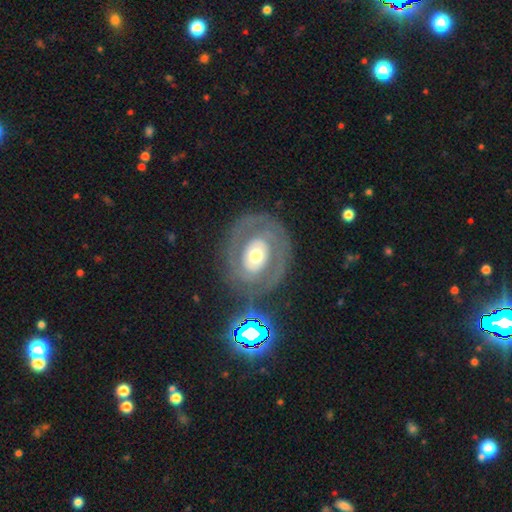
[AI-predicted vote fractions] A featured or disk galaxy (67%) with no bar (77%), no spiral arms (55%) and a moderate central bulge (62%). Merging: none (71%).